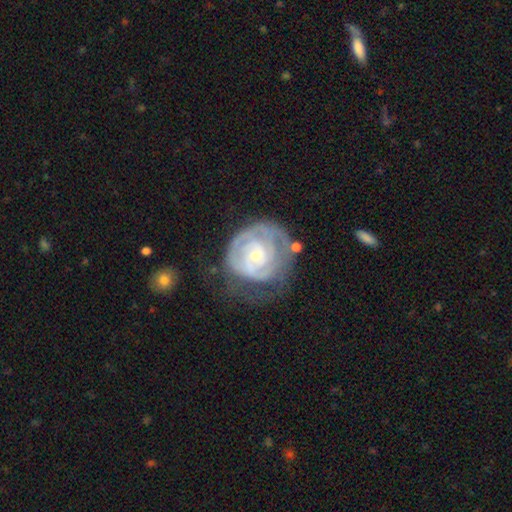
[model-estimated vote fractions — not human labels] Overall: featured or disk (81%). Edge-on disk: no (98%). Bar: no (70%). Spiral arms: yes (90%). Spiral arm count: can't tell (39%; 2 31%). Spiral winding: tight (74%). Bulge size: small (69%). Merging: none (48%; minor disturbance 25%).